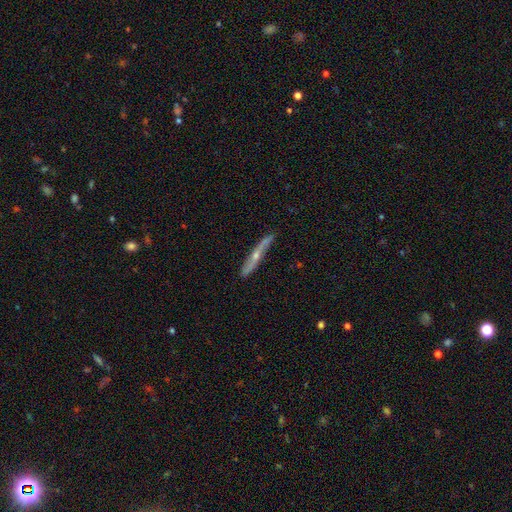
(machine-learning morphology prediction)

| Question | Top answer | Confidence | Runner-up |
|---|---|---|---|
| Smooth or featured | featured or disk | 69% | smooth (25%) |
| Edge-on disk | yes | 86% | no (14%) |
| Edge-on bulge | rounded | 82% | none (15%) |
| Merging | none | 82% | minor disturbance (14%) |